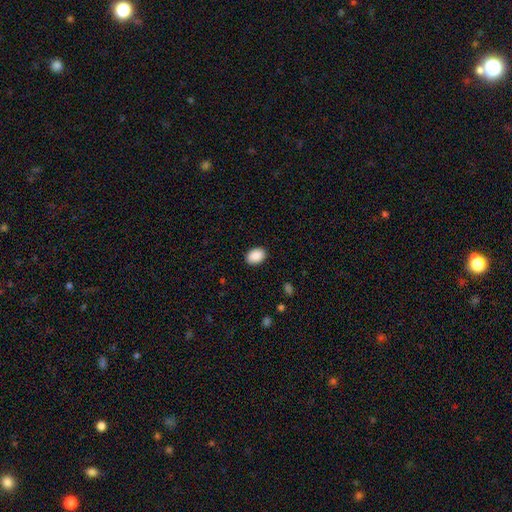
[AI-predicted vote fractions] Morphology: type=smooth (90%); roundness=in between (79%); merging=none (90%).